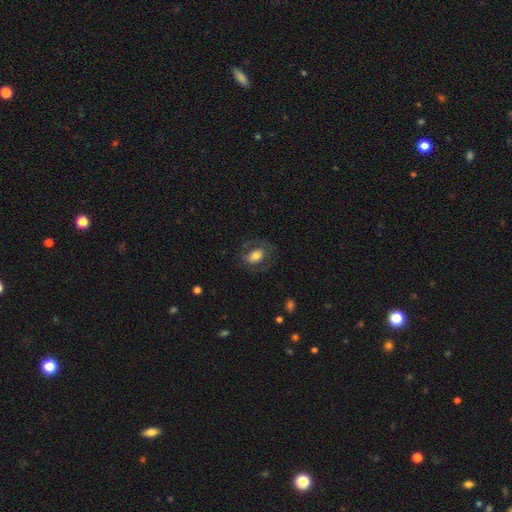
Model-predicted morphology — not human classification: A smooth galaxy with no disk features (64%) that is in between round and cigar-shaped (71%). Merging: none (71%).